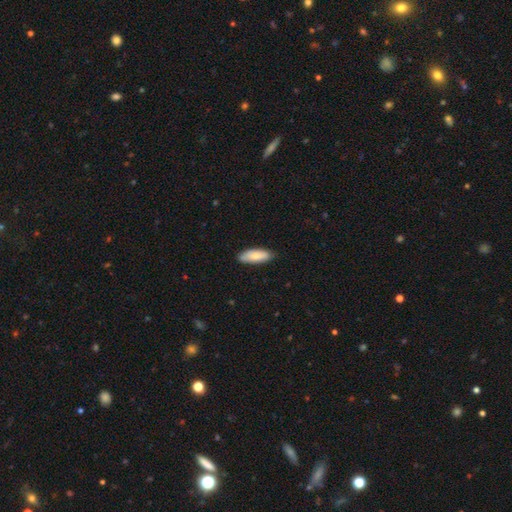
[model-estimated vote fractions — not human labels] Morphology: type=smooth (80%); roundness=in between (66%); merging=none (85%).